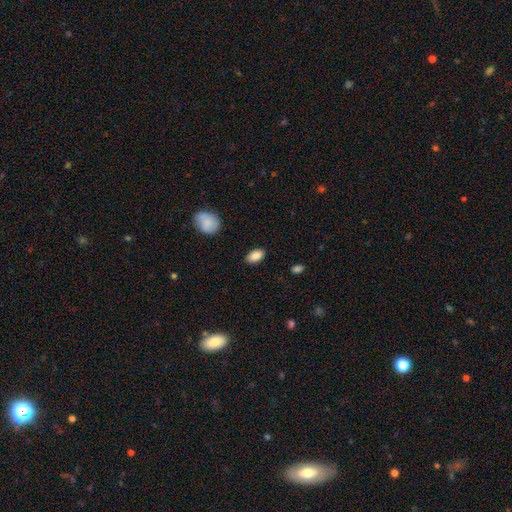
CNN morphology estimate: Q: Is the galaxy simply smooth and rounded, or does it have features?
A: smooth — 88%.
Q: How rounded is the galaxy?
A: in between — 92%.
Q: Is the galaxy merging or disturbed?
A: none — 86%.